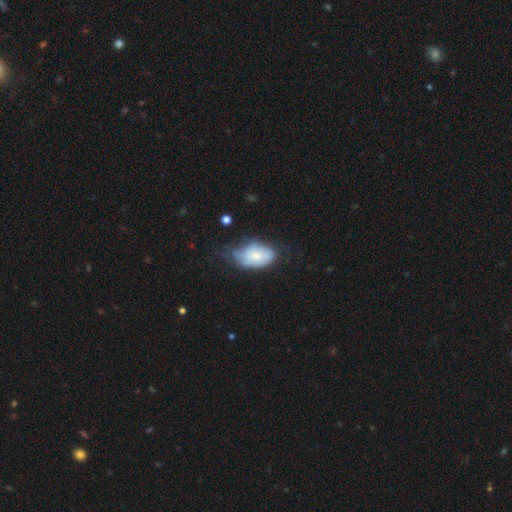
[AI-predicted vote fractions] Smooth or featured? Predicted: smooth (p=0.57). How rounded? Predicted: in between (p=0.89). Merging? Predicted: minor disturbance (p=0.41).